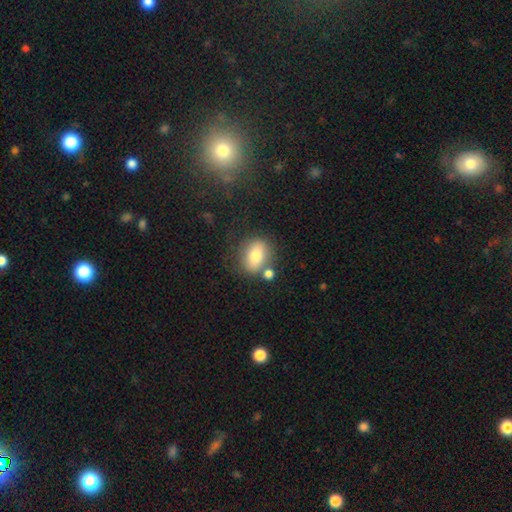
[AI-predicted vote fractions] Morphology: type=smooth (75%); roundness=in between (60%); merging=none (63%).